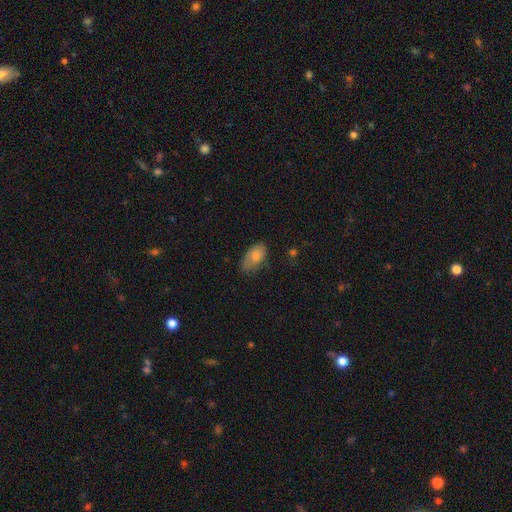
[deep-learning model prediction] This is likely a smooth galaxy (74%). How rounded: clearly in between (92%). Merging: likely none (63%).